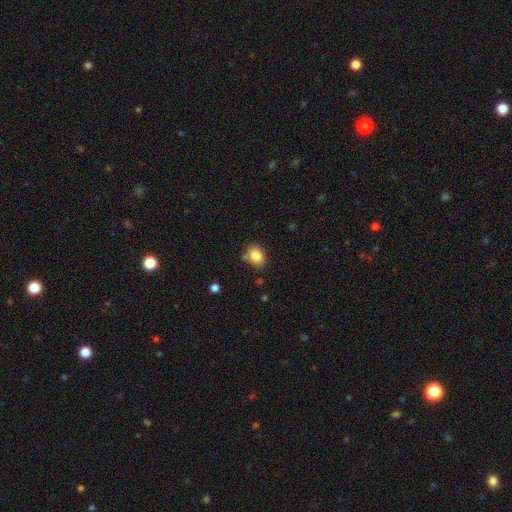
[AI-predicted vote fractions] This appears to be a smooth galaxy with no disk features (85%) that is in between round and cigar-shaped (61%). Merging: none (76%).